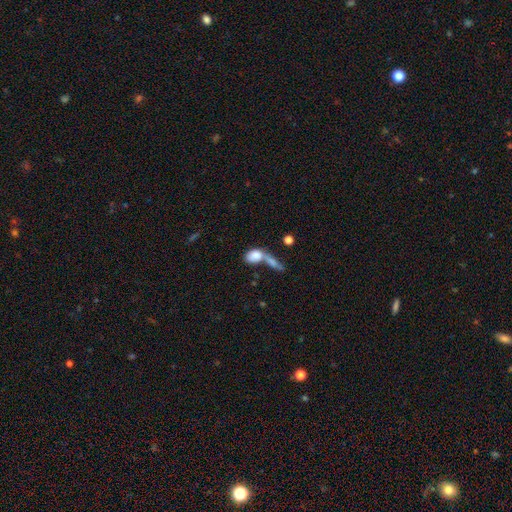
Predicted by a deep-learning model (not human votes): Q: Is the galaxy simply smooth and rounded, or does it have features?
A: smooth — 78%.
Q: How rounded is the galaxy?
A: in between — 77%.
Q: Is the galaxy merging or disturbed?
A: merger — 60%.